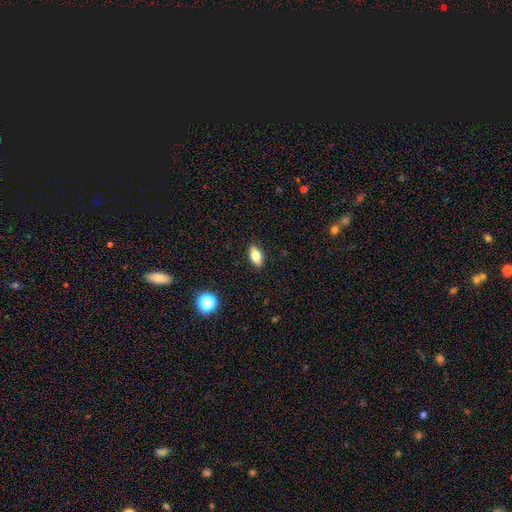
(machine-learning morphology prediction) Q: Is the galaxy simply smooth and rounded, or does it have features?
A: smooth — 72%.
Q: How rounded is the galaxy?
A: in between — 82%.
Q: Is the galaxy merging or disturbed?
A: none — 89%.